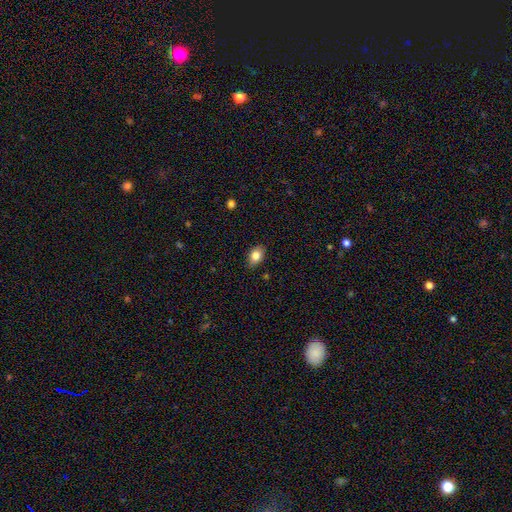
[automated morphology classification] Overall: smooth (82%). How rounded: in between (85%). Merging: none (85%).